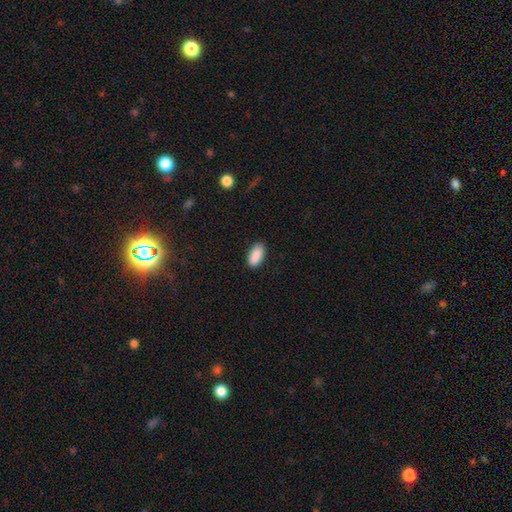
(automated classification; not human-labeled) smooth-or-featured: smooth: 90% | star or artifact: 7% | featured or disk: 3%
  how-rounded: in between: 91% | cigar-shaped: 7% | round: 2%
  merging: none: 88% | minor disturbance: 9% | major disturbance: 2% | merger: 1%